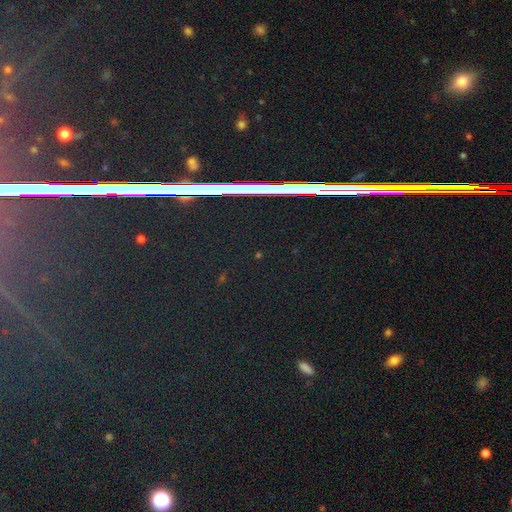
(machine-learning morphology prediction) This is likely a star or artifact rather than a galaxy (79%).